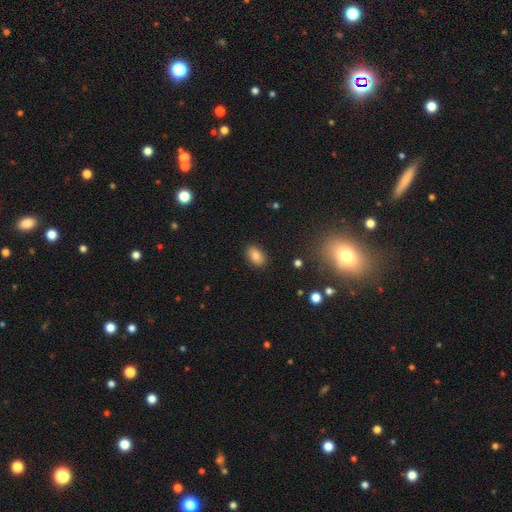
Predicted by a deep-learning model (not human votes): Smooth or featured: smooth — 82% (star or artifact — 11%)
How rounded: in between — 88% (round — 11%)
Merging: none — 88% (minor disturbance — 9%)